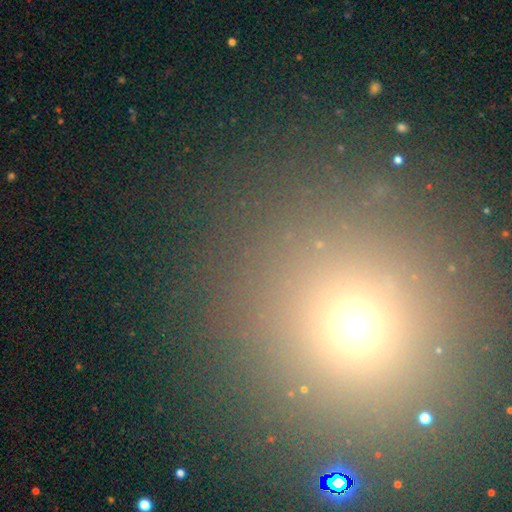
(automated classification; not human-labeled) smooth_or_featured: smooth (p=0.59) [alt: star or artifact p=0.34]
how_rounded: round (p=0.90) [alt: in between p=0.09]
merging: none (p=0.86) [alt: minor disturbance p=0.07]